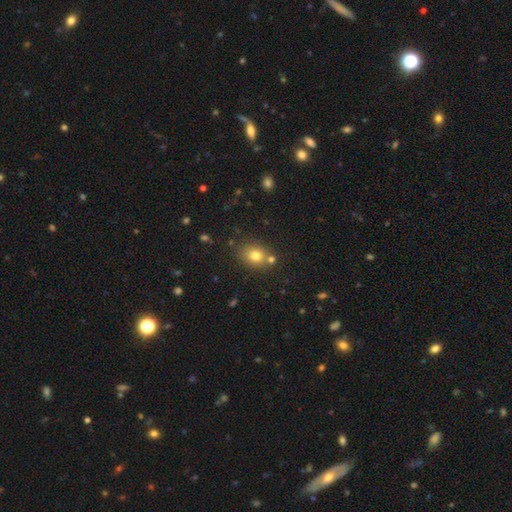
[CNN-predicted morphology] smooth-or-featured: smooth: 77% | star or artifact: 13% | featured or disk: 10%
  how-rounded: round: 56% | in between: 43% | cigar-shaped: 1%
  merging: none: 74% | merger: 12% | minor disturbance: 11% | major disturbance: 3%